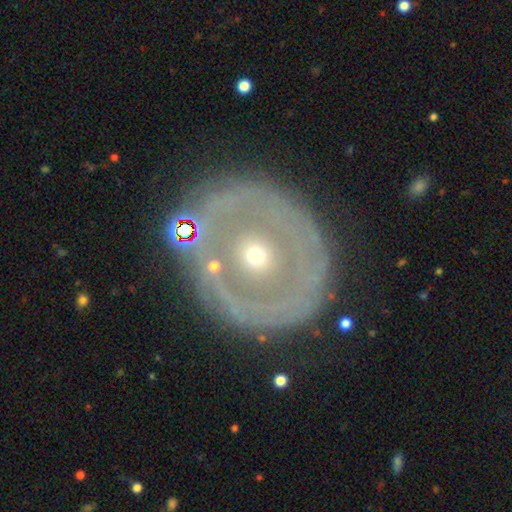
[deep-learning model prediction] Smooth or featured? featured or disk (71%)
Edge-on disk? no (95%)
Bar? no (83%)
Spiral arms? no (75%)
Bulge size? small (59%)
Merging? none (77%)